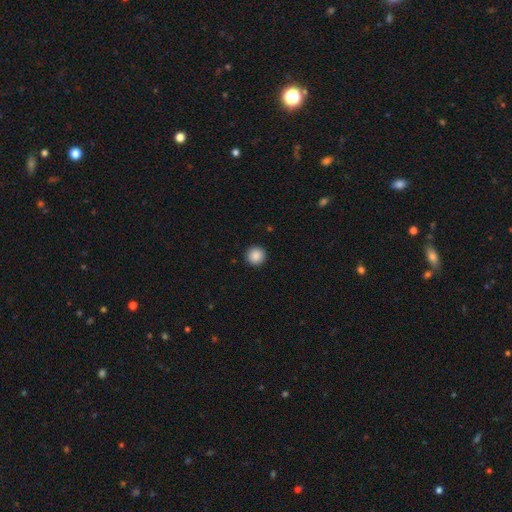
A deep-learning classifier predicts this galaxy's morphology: Q: Smooth or featured?
A: smooth (88%); runner-up: star or artifact (9%)
Q: How rounded?
A: round (96%); runner-up: in between (3%)
Q: Merging?
A: none (93%); runner-up: minor disturbance (4%)